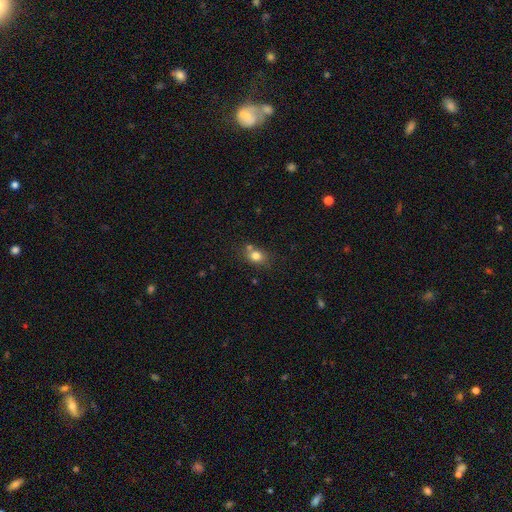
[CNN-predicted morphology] This is likely a smooth galaxy (80%). How rounded: possibly round (51%). Merging: likely none (61%).